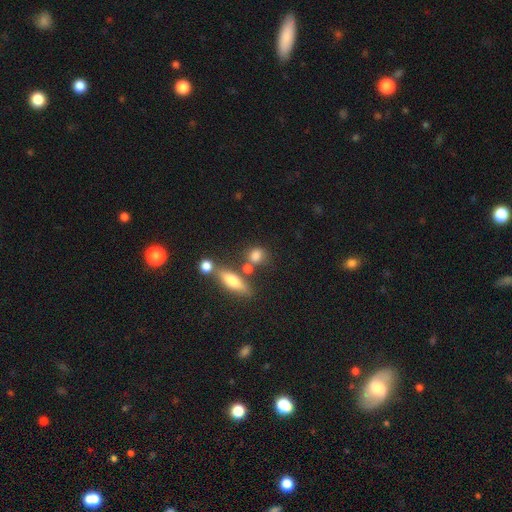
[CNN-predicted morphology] This is likely a smooth galaxy (78%). How rounded: possibly round (52%). Merging: possibly none (57%).